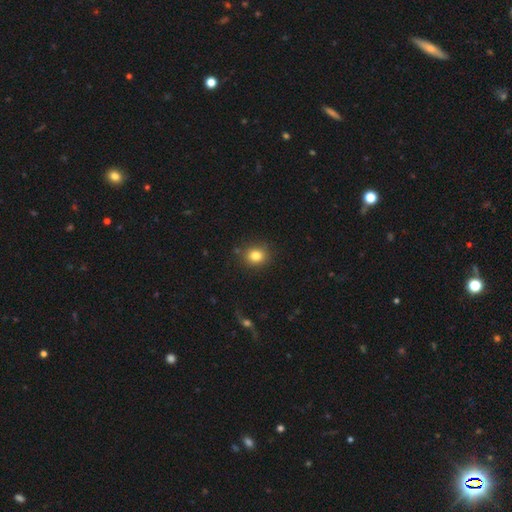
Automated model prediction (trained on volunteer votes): Q: Smooth or featured?
A: smooth (83%); runner-up: star or artifact (11%)
Q: How rounded?
A: round (77%); runner-up: in between (22%)
Q: Merging?
A: none (85%); runner-up: minor disturbance (10%)